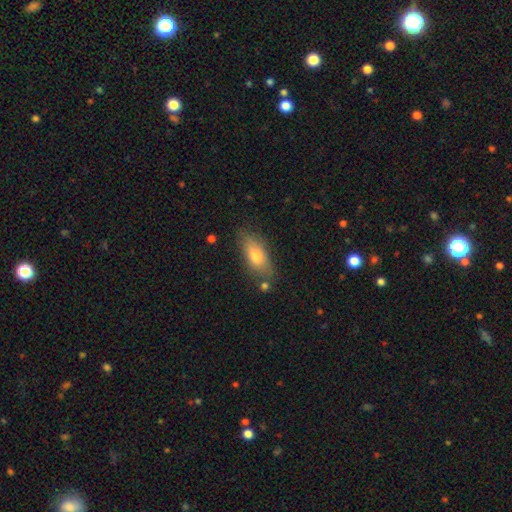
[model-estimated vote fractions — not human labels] smooth-or-featured: smooth: 74% | featured or disk: 19% | star or artifact: 8%
  how-rounded: in between: 74% | cigar-shaped: 22% | round: 4%
  merging: none: 76% | minor disturbance: 16% | merger: 4% | major disturbance: 4%